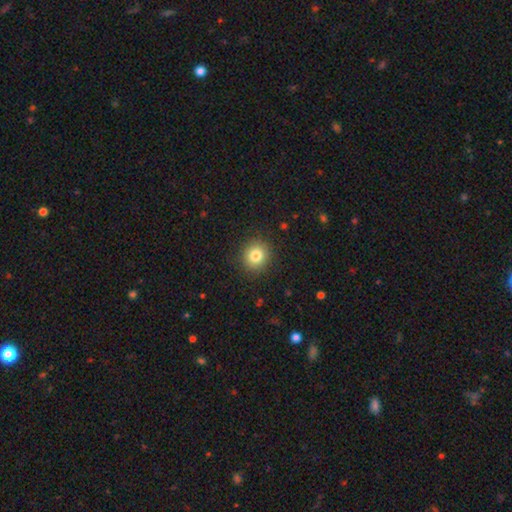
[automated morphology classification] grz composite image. It shows a smooth galaxy with no disk features (82%) that is round (87%). Merging: none (89%).